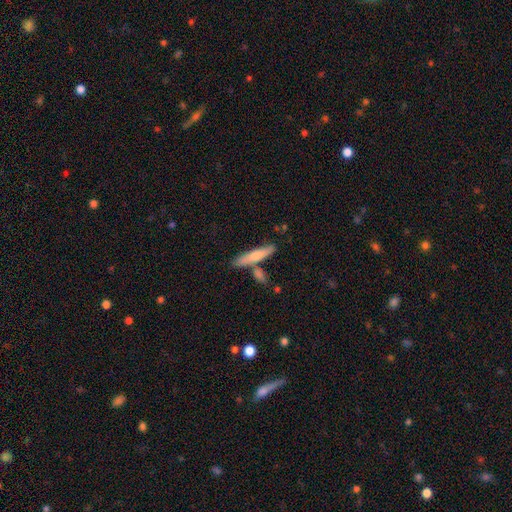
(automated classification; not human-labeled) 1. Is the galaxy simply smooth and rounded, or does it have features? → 60% smooth, 35% featured or disk, 6% star or artifact.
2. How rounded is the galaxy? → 86% cigar-shaped, 12% in between, 2% round.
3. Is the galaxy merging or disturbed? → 69% none, 16% merger, 12% minor disturbance, 3% major disturbance.